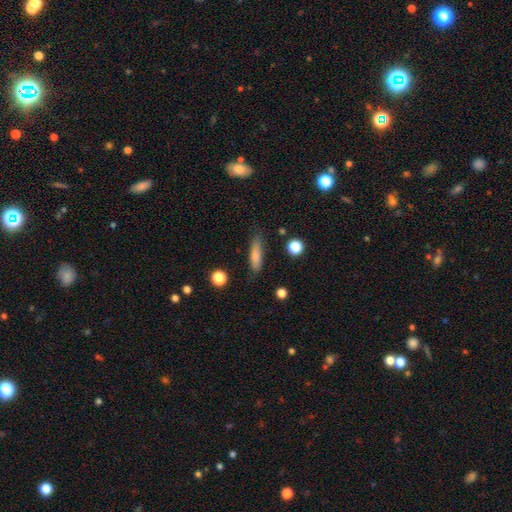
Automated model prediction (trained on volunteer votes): A smooth galaxy with no disk features (79%) that is cigar-shaped (71%). Merging: none (78%).